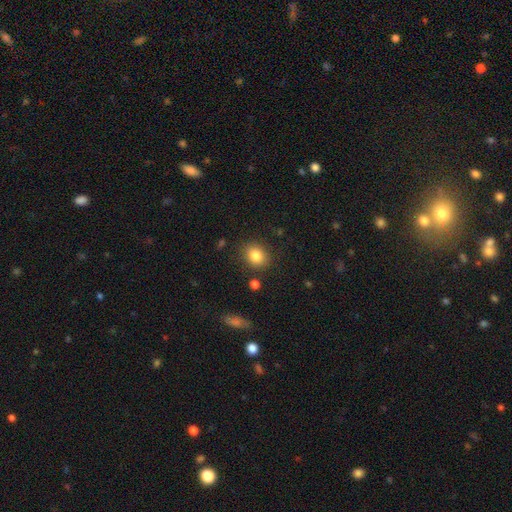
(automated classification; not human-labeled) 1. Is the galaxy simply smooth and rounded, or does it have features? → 83% smooth, 10% star or artifact, 7% featured or disk.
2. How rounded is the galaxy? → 59% round, 40% in between, 1% cigar-shaped.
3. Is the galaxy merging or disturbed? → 85% none, 10% minor disturbance, 3% major disturbance, 3% merger.